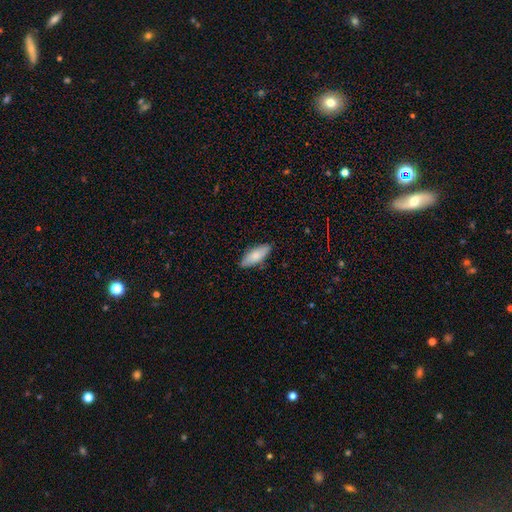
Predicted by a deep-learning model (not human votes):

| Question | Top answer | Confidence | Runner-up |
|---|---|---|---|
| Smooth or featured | smooth | 80% | featured or disk (14%) |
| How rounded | in between | 73% | cigar-shaped (25%) |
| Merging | none | 85% | minor disturbance (12%) |